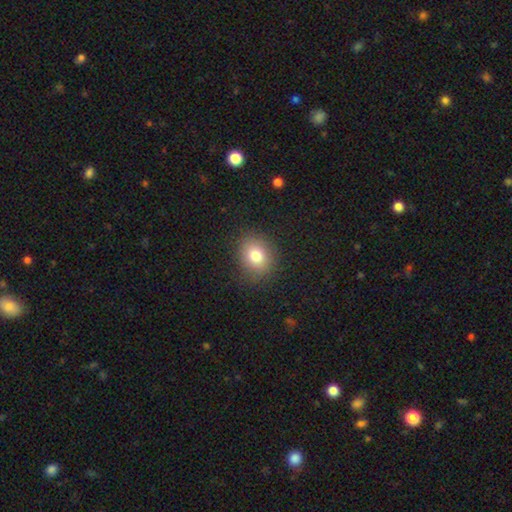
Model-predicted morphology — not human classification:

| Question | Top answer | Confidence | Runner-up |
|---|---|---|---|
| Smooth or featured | smooth | 79% | star or artifact (12%) |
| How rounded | round | 64% | in between (35%) |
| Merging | none | 85% | minor disturbance (10%) |